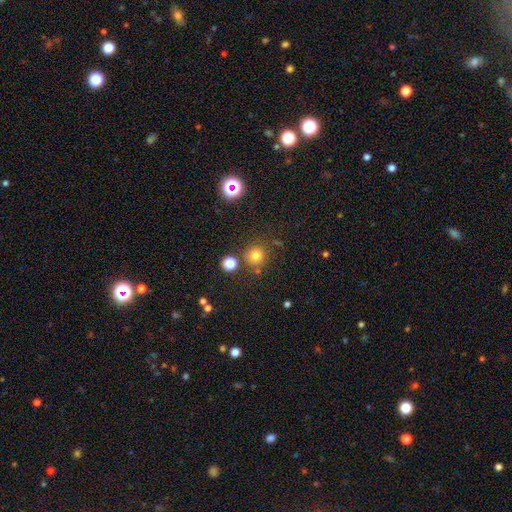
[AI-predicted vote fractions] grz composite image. It shows a smooth galaxy with no disk features (75%) that is round (92%). Merging: none (78%).